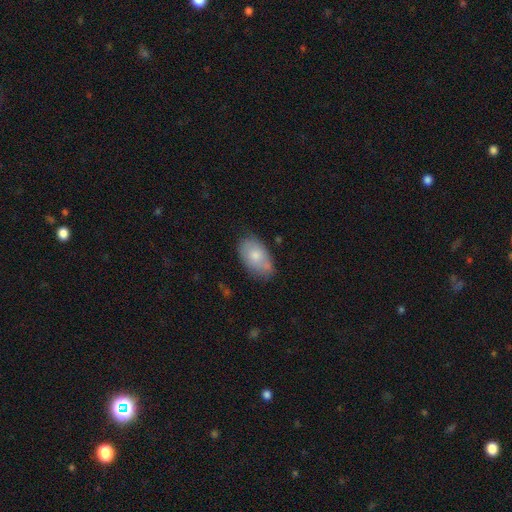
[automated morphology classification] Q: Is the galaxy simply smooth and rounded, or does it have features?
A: smooth — 74%.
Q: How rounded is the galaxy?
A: in between — 92%.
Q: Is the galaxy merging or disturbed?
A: none — 67%.